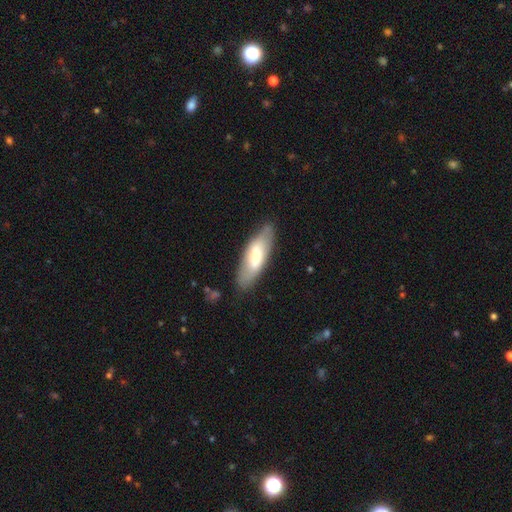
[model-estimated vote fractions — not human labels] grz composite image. It shows a smooth galaxy with no disk features (58%) that is in between round and cigar-shaped (61%). Merging: none (81%).